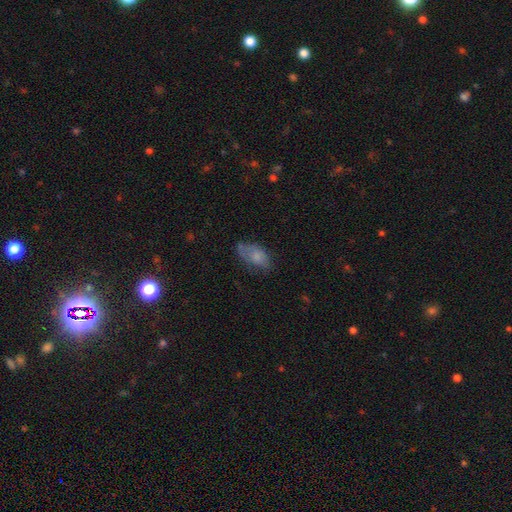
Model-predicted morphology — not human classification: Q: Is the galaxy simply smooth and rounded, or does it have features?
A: smooth — 64%.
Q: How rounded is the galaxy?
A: in between — 91%.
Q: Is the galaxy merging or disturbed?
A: none — 51%.